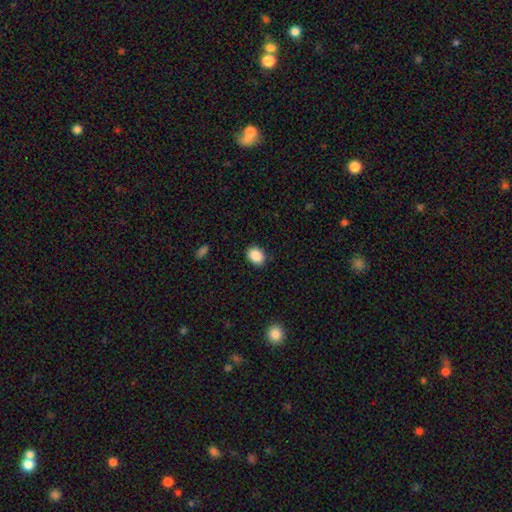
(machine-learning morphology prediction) smooth 89%, star or artifact 8%, featured or disk 3%. Down the decision tree: how rounded — in between (61%); merging — none (87%).